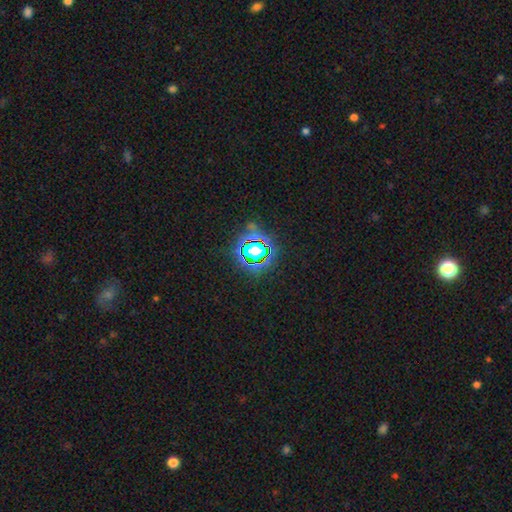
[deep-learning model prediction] The model was most divided on "smooth or featured": star or artifact: 78%, smooth: 15%, featured or disk: 8%.